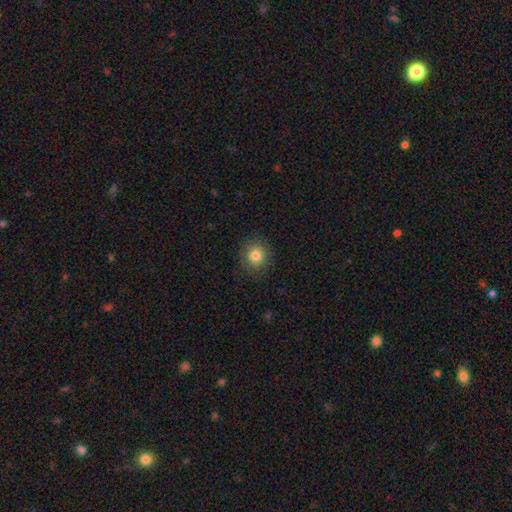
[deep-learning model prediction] Smooth or featured: smooth — 82% (star or artifact — 11%)
How rounded: round — 87% (in between — 12%)
Merging: none — 87% (minor disturbance — 9%)